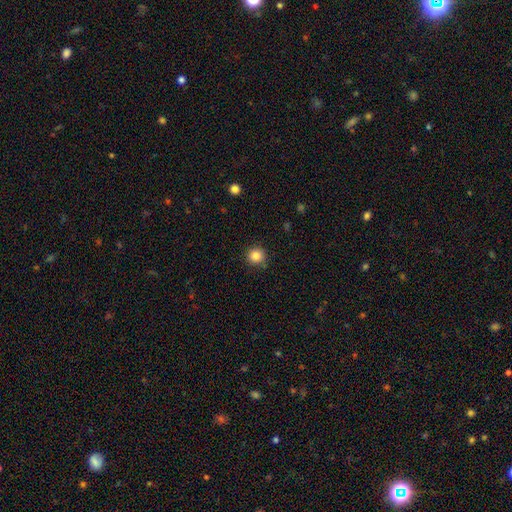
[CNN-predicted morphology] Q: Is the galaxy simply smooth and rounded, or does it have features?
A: smooth — 85%.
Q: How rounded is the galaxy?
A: round — 94%.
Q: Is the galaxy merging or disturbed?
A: none — 89%.